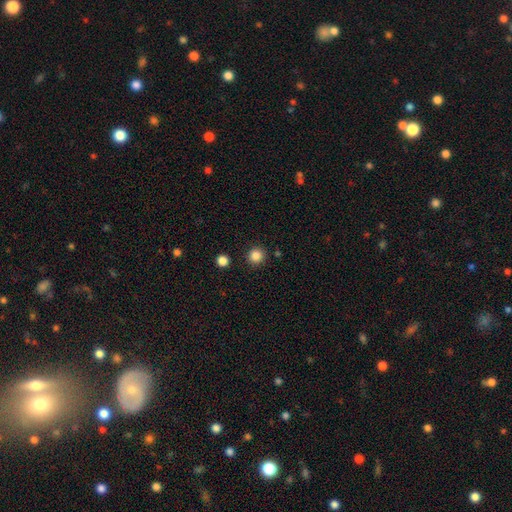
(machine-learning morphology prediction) A smooth galaxy with no disk features (85%) that is round (95%). Merging: none (91%).